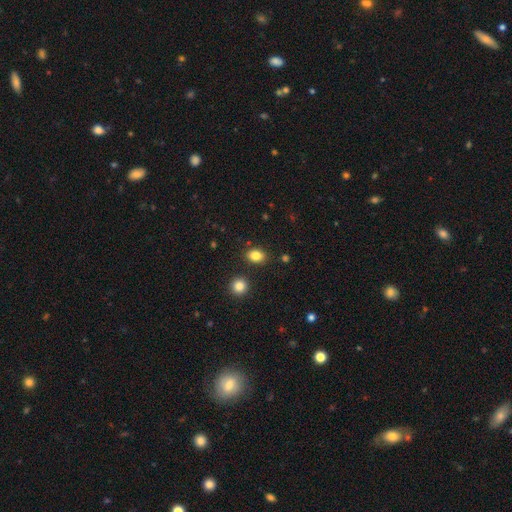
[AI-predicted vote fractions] smooth_or_featured: smooth (p=0.84) [alt: star or artifact p=0.11]
how_rounded: in between (p=0.64) [alt: round p=0.34]
merging: none (p=0.85) [alt: minor disturbance p=0.08]